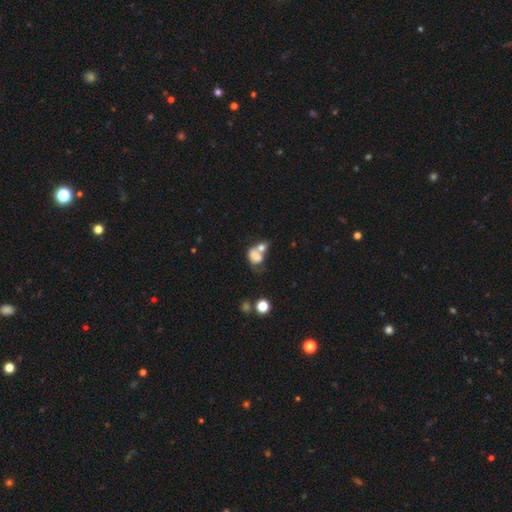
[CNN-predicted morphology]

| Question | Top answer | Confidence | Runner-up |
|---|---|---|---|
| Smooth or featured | smooth | 68% | featured or disk (21%) |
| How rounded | in between | 73% | round (25%) |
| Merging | merger | 63% | none (15%) |